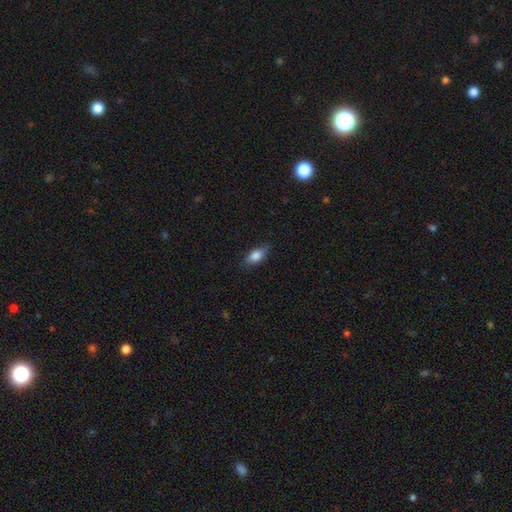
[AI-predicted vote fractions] smooth-or-featured: smooth: 80% | featured or disk: 12% | star or artifact: 7%
  how-rounded: in between: 85% | cigar-shaped: 9% | round: 5%
  merging: none: 78% | minor disturbance: 18% | major disturbance: 3% | merger: 1%